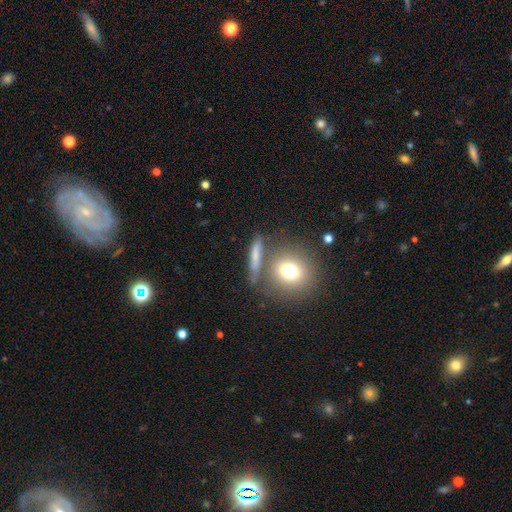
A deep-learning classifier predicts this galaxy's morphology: A smooth galaxy with no disk features (67%) that is cigar-shaped (53%). Merging: none (66%).